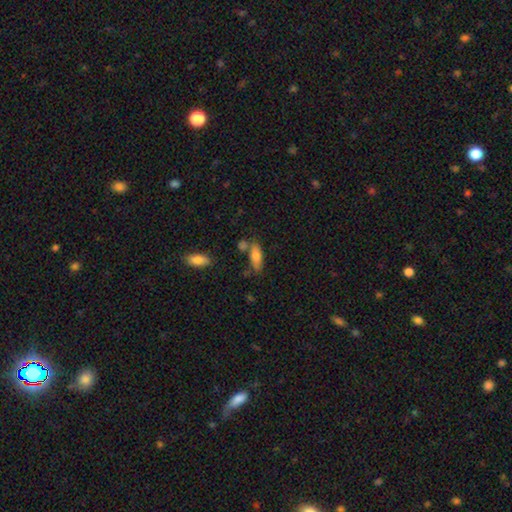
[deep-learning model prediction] This appears to be a smooth galaxy with no disk features (79%) that is in between round and cigar-shaped (70%). Merging: none (60%).